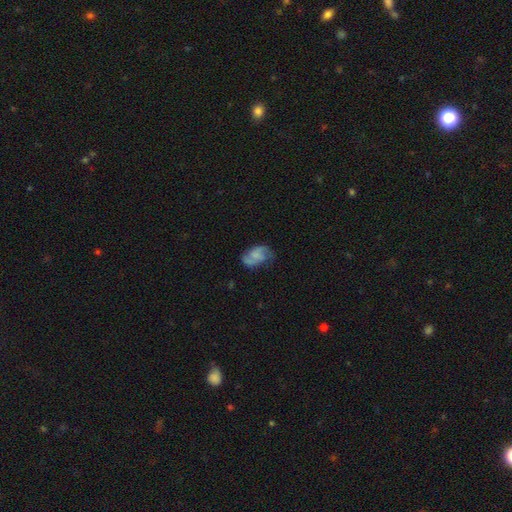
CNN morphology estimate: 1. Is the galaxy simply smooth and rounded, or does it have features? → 63% featured or disk, 29% smooth, 9% star or artifact.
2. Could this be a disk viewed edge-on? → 97% no, 3% yes.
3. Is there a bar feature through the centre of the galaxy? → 62% no, 31% weak, 7% strong.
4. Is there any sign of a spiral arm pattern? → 88% yes, 12% no.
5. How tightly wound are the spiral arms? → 43% medium, 39% loose, 19% tight.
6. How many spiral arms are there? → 78% 2, 9% can't tell, 5% 3, 4% 1, 2% 4, 2% more than 4.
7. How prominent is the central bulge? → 57% none, 22% small, 13% moderate, 6% large, 2% dominant.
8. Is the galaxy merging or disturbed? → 59% none, 24% minor disturbance, 15% major disturbance, 2% merger.